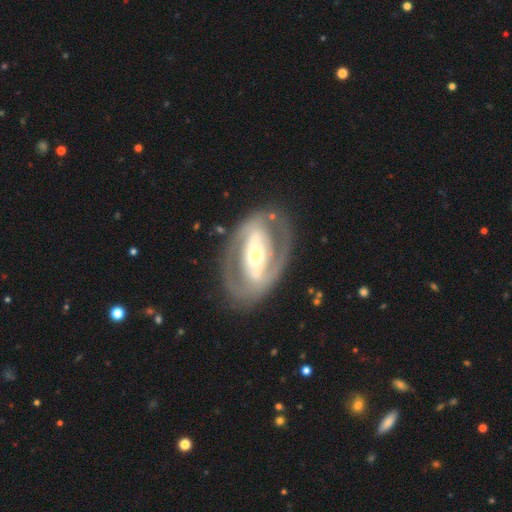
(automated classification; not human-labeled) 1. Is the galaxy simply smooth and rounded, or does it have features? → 78% featured or disk, 17% smooth, 5% star or artifact.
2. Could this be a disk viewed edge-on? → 93% no, 7% yes.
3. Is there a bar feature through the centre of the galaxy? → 54% strong, 25% no, 21% weak.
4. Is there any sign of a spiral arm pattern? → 54% yes, 46% no.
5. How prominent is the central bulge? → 50% moderate, 35% small, 11% large, 2% dominant, 1% none.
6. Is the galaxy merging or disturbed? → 77% none, 13% minor disturbance, 8% major disturbance, 2% merger.